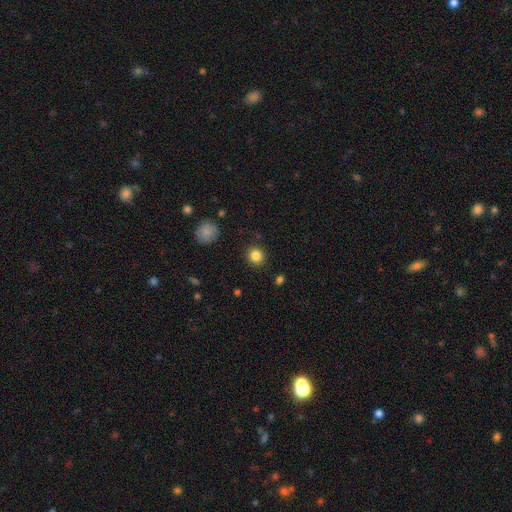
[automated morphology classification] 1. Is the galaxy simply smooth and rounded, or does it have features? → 85% smooth, 11% star or artifact, 5% featured or disk.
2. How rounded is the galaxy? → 90% round, 9% in between, 1% cigar-shaped.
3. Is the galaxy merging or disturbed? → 90% none, 6% minor disturbance, 2% major disturbance, 1% merger.